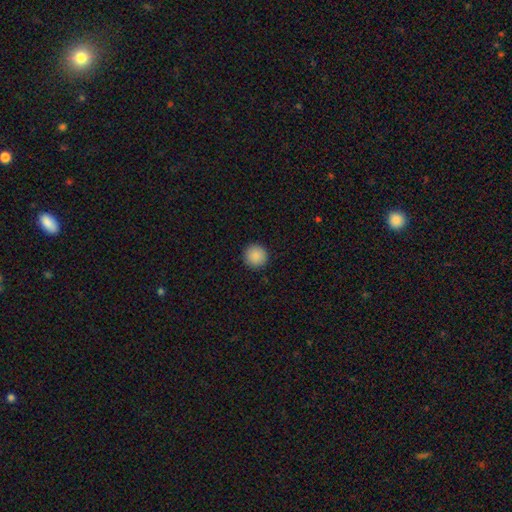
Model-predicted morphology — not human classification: Q: Smooth or featured?
A: smooth (89%); runner-up: star or artifact (8%)
Q: How rounded?
A: round (96%); runner-up: in between (3%)
Q: Merging?
A: none (93%); runner-up: minor disturbance (5%)